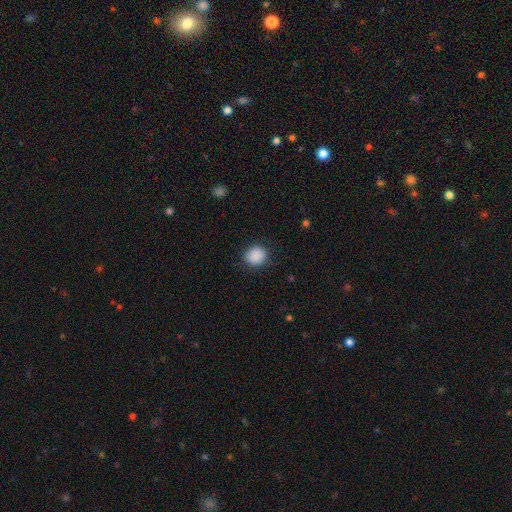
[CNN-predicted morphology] The model was most divided on "how rounded": round: 76%, in between: 23%, cigar-shaped: 1%. More confident: smooth or featured — smooth (89%); merging — none (87%).